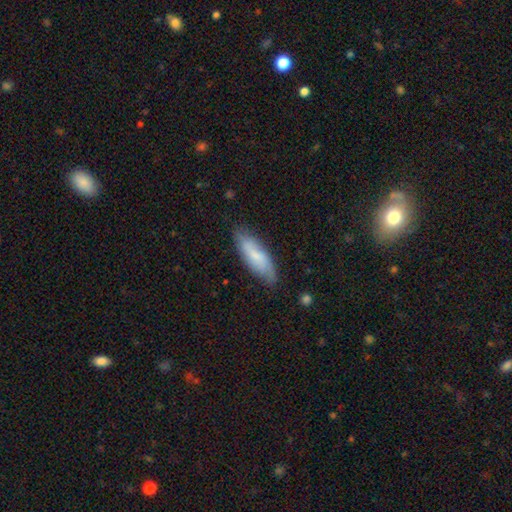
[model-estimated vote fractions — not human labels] smooth 64%, featured or disk 30%, star or artifact 6%. Down the decision tree: how rounded — in between (55%); merging — none (77%).